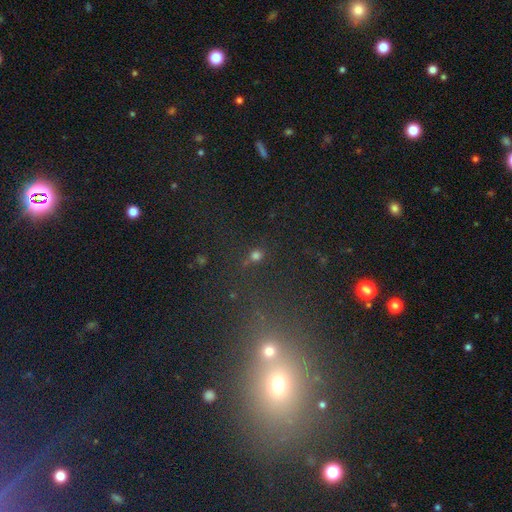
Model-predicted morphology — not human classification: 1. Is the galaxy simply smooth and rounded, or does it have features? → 58% smooth, 33% star or artifact, 8% featured or disk.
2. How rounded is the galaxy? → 68% round, 29% in between, 3% cigar-shaped.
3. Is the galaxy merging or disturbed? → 71% none, 12% minor disturbance, 11% merger, 7% major disturbance.